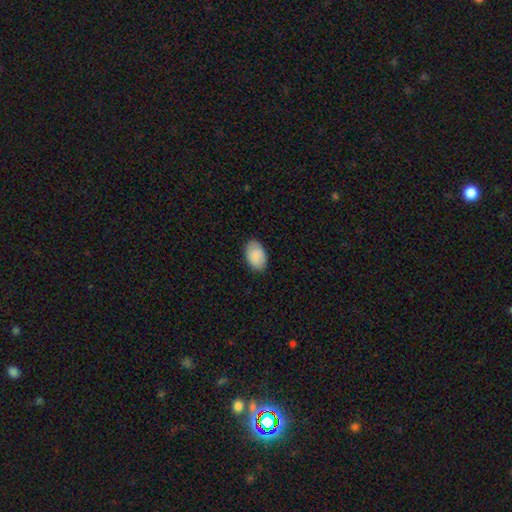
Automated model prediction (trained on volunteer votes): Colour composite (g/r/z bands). It shows a smooth galaxy with no disk features (89%) that is in between round and cigar-shaped (91%). Merging: none (85%).